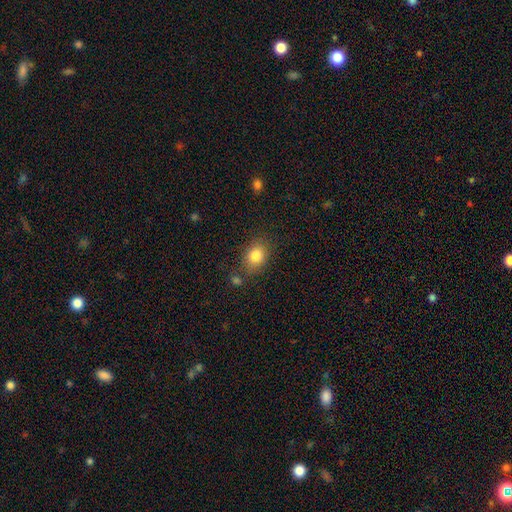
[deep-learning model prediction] Smooth or featured: smooth — 83% (star or artifact — 9%)
How rounded: in between — 66% (round — 33%)
Merging: none — 75% (minor disturbance — 15%)